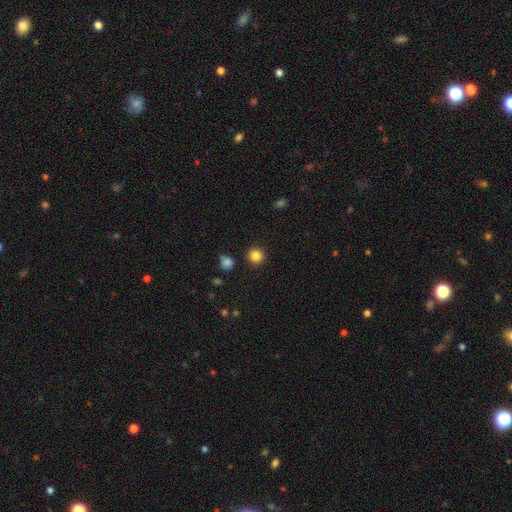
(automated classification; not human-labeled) The model was most divided on "smooth or featured": smooth: 85%, star or artifact: 11%, featured or disk: 4%. More confident: how rounded — round (94%); merging — none (91%).